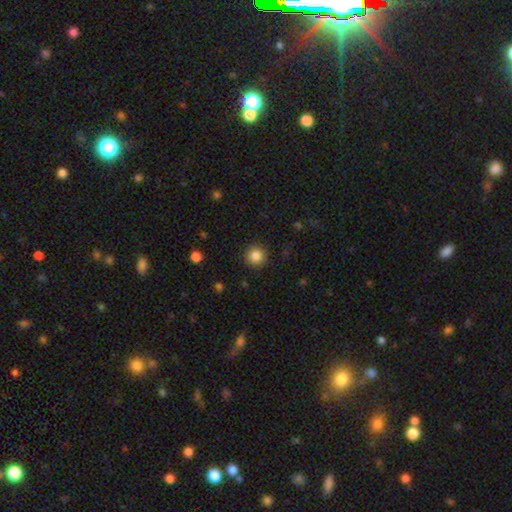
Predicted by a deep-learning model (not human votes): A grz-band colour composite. It shows a smooth galaxy with no disk features (85%) that is round (95%). Merging: none (91%).